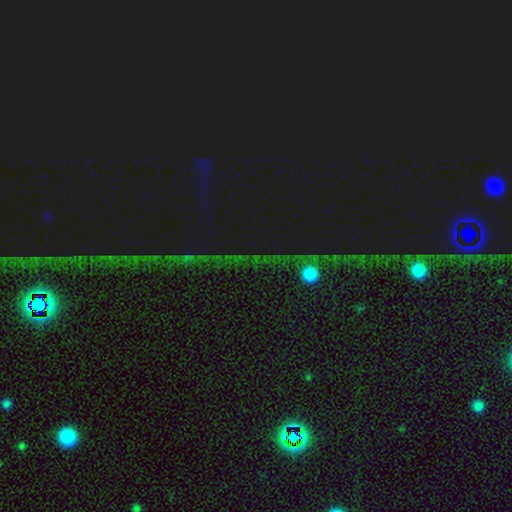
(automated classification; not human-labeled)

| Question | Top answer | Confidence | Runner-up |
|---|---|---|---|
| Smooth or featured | star or artifact | 72% | smooth (16%) |